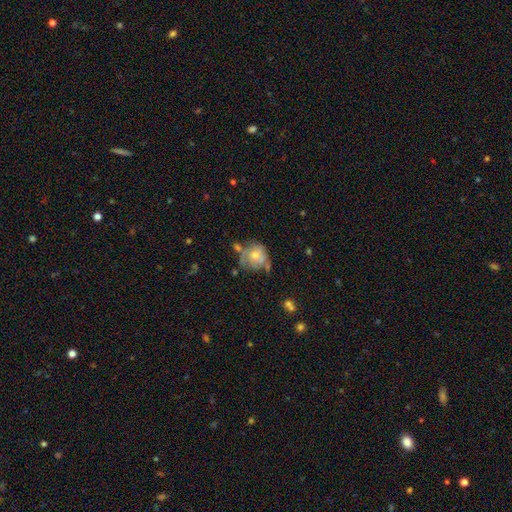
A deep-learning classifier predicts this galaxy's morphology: Overall: smooth (55%; featured or disk 36%). How rounded: round (76%). Merging: none (40%; minor disturbance 26%).